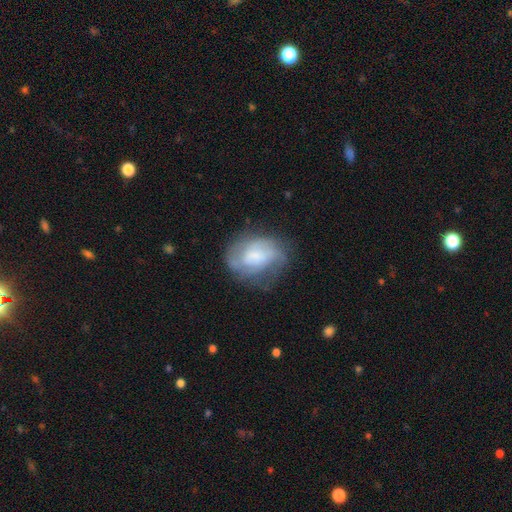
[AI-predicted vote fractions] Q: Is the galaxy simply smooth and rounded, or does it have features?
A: featured or disk — 54%.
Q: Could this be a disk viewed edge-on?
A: no — 97%.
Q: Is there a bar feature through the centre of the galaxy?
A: no — 51%.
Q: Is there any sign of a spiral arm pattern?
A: yes — 73%.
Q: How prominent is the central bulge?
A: small — 33%.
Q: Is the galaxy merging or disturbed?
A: none — 53%.